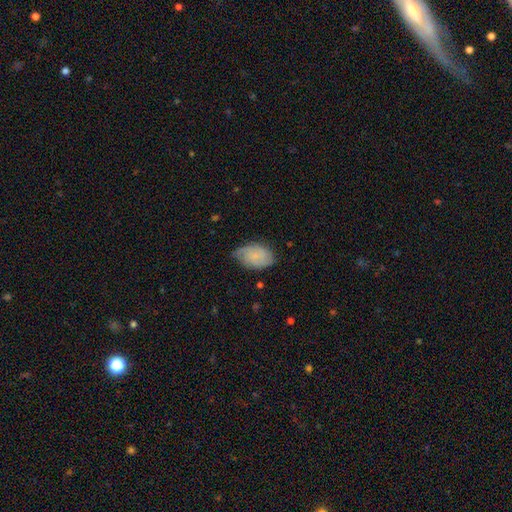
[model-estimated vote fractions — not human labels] The model was most divided on "smooth or featured": smooth: 48%, featured or disk: 44%, star or artifact: 8%. More confident: merging — none (63%).